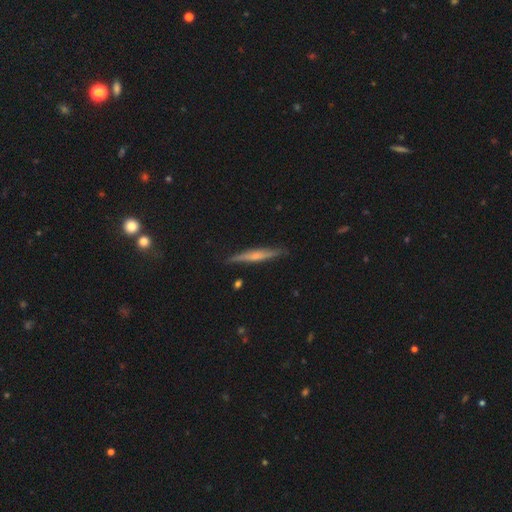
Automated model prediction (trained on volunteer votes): This is possibly a featured or disk galaxy (56%). It is clearly viewed edge-on (96%). Edge-on bulge: possibly rounded (59%). Merging: clearly none (86%).